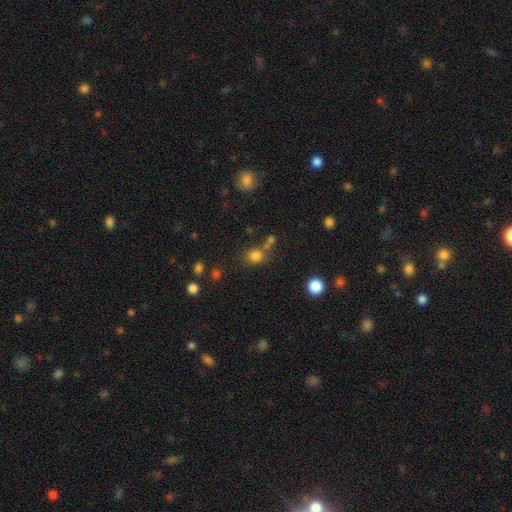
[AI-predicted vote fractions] Q: Smooth or featured?
A: smooth (79%); runner-up: star or artifact (14%)
Q: How rounded?
A: round (73%); runner-up: in between (26%)
Q: Merging?
A: none (63%); runner-up: merger (17%)